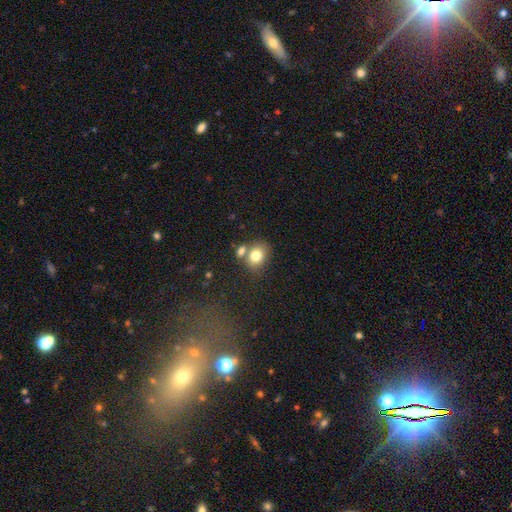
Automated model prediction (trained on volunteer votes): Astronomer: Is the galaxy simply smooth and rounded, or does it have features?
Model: smooth — 79%.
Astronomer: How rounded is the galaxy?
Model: round — 51% (runner-up: in between, 48%).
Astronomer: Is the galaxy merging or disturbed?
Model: none — 55%.